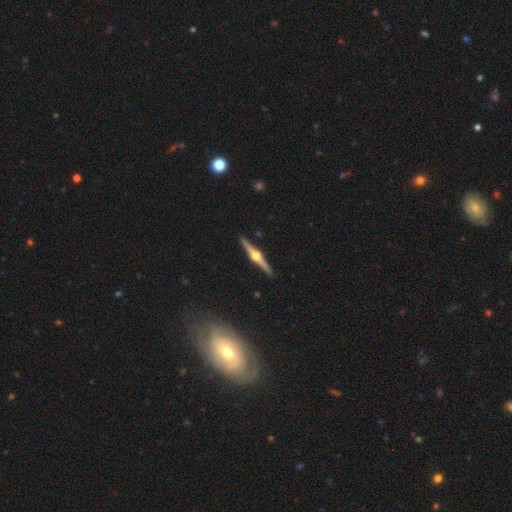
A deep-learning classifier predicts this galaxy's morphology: This is clearly a featured or disk galaxy (86%). It is clearly viewed edge-on (99%). Edge-on bulge: clearly rounded (96%). Merging: clearly none (92%).